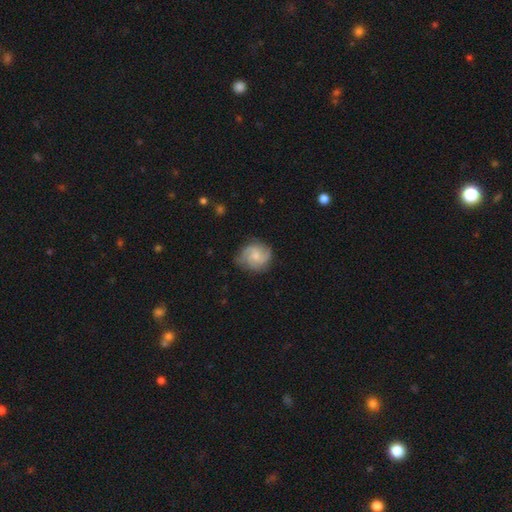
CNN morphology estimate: This is likely a featured or disk galaxy (72%). It is clearly not viewed edge-on (98%). Bar: likely no (64%). Spiral arm pattern: clearly yes (95%). Spiral arm count: marginally 3 (44%). Spiral winding: marginally tight (44%). Central bulge: possibly small (52%). Merging: likely none (77%).